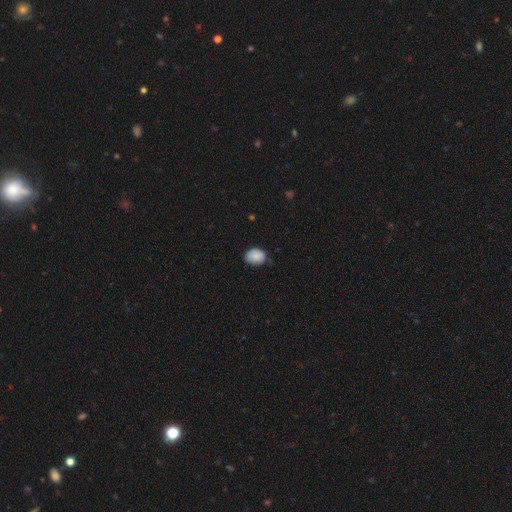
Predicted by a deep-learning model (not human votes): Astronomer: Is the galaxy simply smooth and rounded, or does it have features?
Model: smooth — 84%.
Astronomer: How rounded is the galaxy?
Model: in between — 62% (runner-up: round, 37%).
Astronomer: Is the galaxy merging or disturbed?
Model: none — 61%.